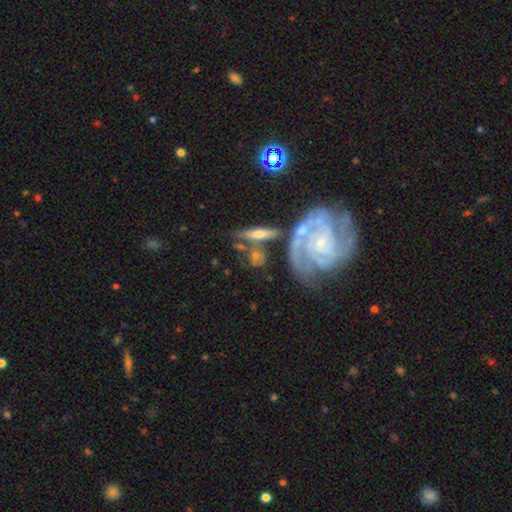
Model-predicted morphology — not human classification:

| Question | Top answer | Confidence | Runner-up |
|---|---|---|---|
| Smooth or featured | featured or disk | 68% | smooth (25%) |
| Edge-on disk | no | 79% | yes (21%) |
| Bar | no | 72% | weak (20%) |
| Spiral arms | yes | 83% | no (17%) |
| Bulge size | small | 74% | moderate (19%) |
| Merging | none | 54% | minor disturbance (19%) |